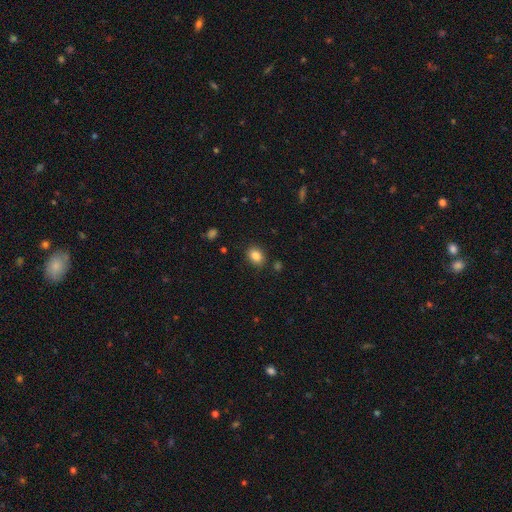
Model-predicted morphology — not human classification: Smooth or featured? smooth (85%)
How rounded? in between (58%)
Merging? none (86%)